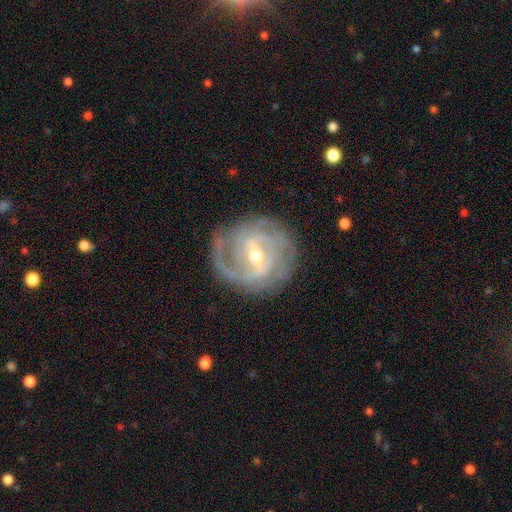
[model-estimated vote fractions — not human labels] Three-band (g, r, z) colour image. It shows a featured or disk galaxy (89%) with a weak bar (50%), 2 (42%) tight (55%) spiral arms (96%) and a moderate central bulge (51%). Merging: none (77%).